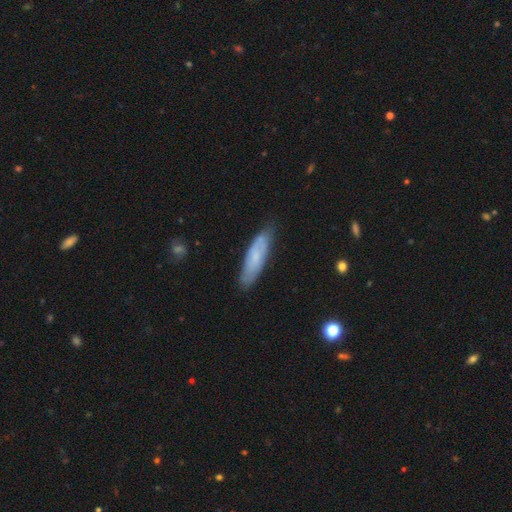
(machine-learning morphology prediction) The model was most divided on "smooth or featured": smooth: 54%, featured or disk: 39%, star or artifact: 7%. More confident: merging — none (76%); how rounded — cigar-shaped (63%).